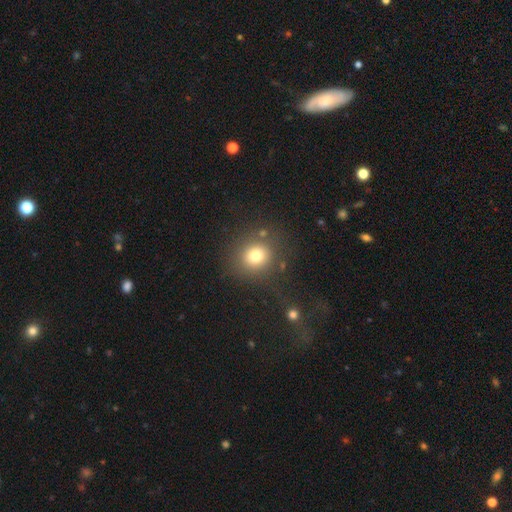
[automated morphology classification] A smooth galaxy with no disk features (76%) that is round (85%).

Vote fractions:
- Smooth or featured? smooth: 76% / star or artifact: 15% / featured or disk: 9%
- How rounded? round: 85% / in between: 14% / cigar-shaped: 1%
- Merging? none: 79% / minor disturbance: 10% / major disturbance: 6% / merger: 6%